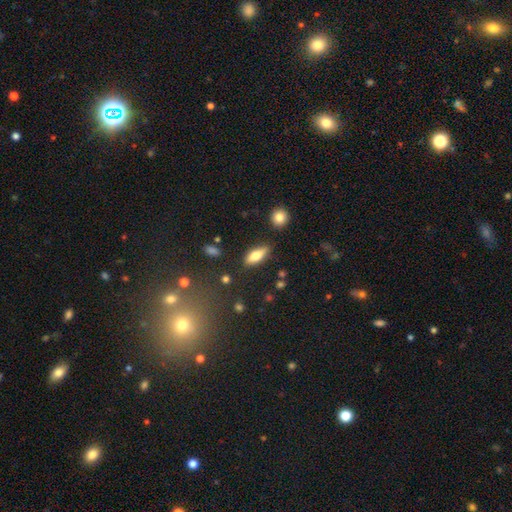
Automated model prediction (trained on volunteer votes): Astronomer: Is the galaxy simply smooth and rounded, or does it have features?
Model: smooth — 69%.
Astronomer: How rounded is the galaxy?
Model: in between — 70%.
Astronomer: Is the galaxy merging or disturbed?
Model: none — 80%.